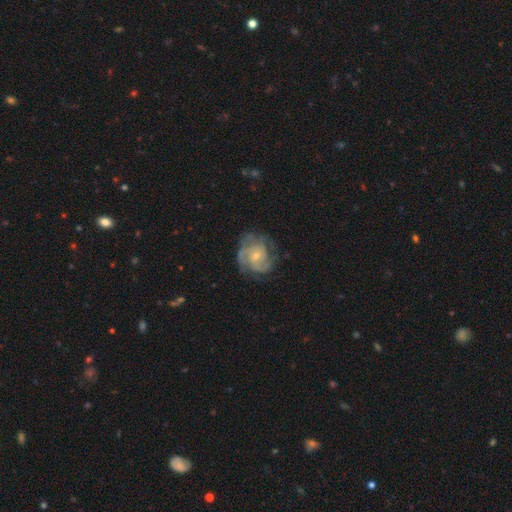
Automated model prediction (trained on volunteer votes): Smooth or featured? featured or disk (77%)
Edge-on disk? no (98%)
Bar? no (66%)
Spiral arms? yes (89%)
Spiral winding? tight (47%)
Spiral arm count? can't tell (30%)
Bulge size? small (63%)
Merging? none (63%)